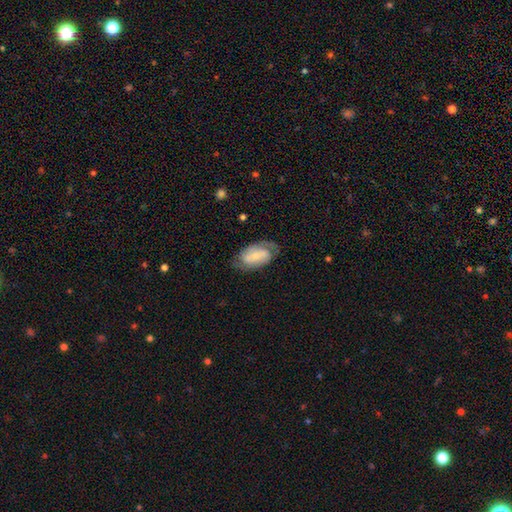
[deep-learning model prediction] The model was most divided on "bar": weak: 38%, no: 37%, strong: 25%. More confident: edge-on disk — no (95%); spiral arms — yes (84%); merging — none (67%); smooth or featured — featured or disk (61%); bulge size — small (60%).